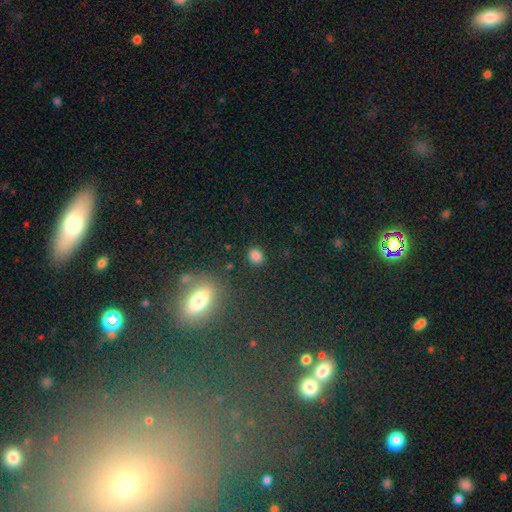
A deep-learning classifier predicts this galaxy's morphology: A smooth galaxy with no disk features (82%) that is in between round and cigar-shaped (52%).

Vote fractions:
- Smooth or featured? smooth: 82% / star or artifact: 13% / featured or disk: 5%
- How rounded? in between: 52% / round: 46% / cigar-shaped: 2%
- Merging? none: 85% / minor disturbance: 9% / major disturbance: 3% / merger: 3%